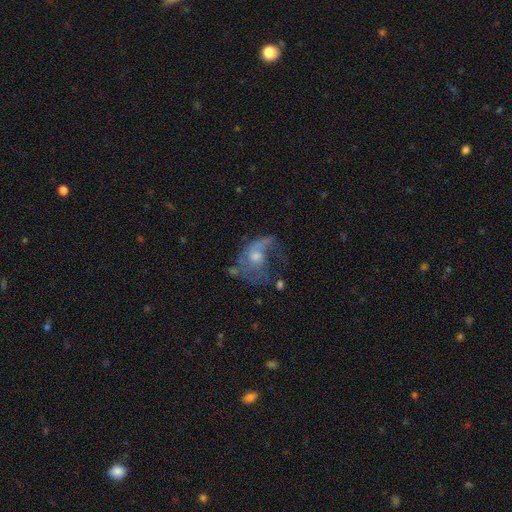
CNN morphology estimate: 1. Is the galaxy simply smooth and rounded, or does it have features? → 67% featured or disk, 23% smooth, 10% star or artifact.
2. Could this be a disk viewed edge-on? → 97% no, 3% yes.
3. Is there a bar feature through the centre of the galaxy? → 74% no, 23% weak, 3% strong.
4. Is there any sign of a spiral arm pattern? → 70% yes, 30% no.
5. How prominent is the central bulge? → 54% moderate, 32% small, 7% large, 6% none, 2% dominant.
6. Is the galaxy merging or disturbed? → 49% major disturbance, 29% none, 17% minor disturbance, 6% merger.